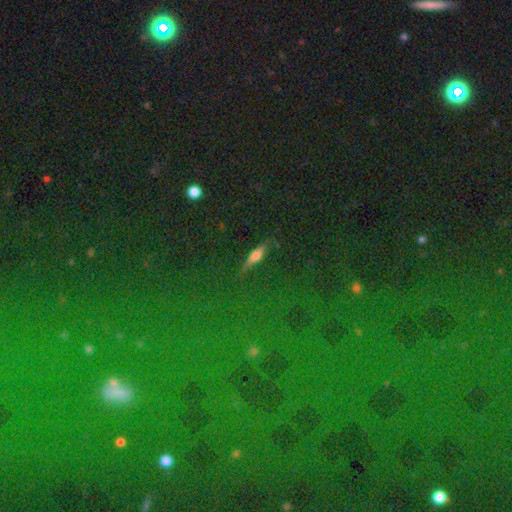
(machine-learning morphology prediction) Smooth or featured: smooth — 47% (featured or disk — 41%)
Merging: none — 83% (minor disturbance — 12%)